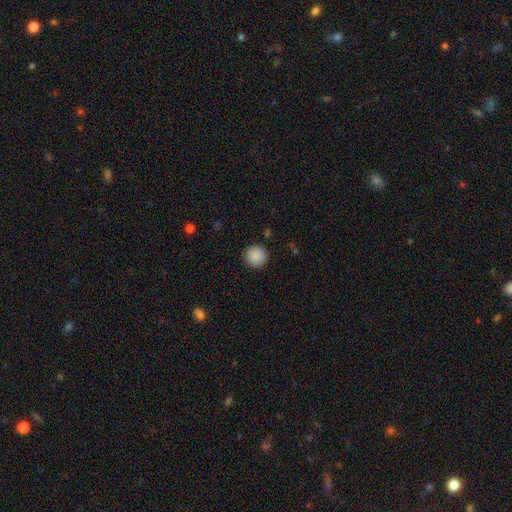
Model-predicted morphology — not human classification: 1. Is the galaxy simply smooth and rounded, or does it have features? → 89% smooth, 8% star or artifact, 3% featured or disk.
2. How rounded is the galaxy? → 96% round, 3% in between, 1% cigar-shaped.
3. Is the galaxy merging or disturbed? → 92% none, 6% minor disturbance, 2% major disturbance, 1% merger.